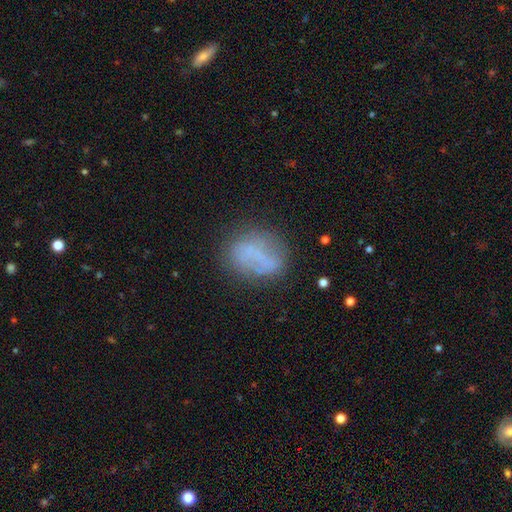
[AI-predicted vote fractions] Q: Smooth or featured?
A: smooth (53%); runner-up: featured or disk (34%)
Q: How rounded?
A: in between (58%); runner-up: round (37%)
Q: Merging?
A: none (62%); runner-up: minor disturbance (21%)